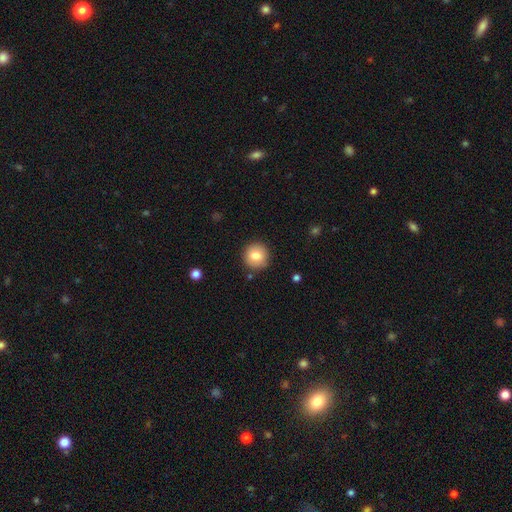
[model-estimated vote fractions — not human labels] Q: Smooth or featured?
A: smooth (80%); runner-up: featured or disk (11%)
Q: How rounded?
A: round (94%); runner-up: in between (5%)
Q: Merging?
A: none (89%); runner-up: minor disturbance (8%)